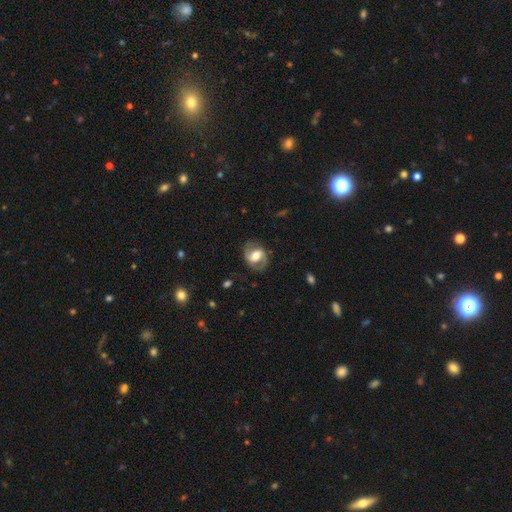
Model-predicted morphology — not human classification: Overall: featured or disk (68%). Edge-on disk: no (96%). Bar: weak (44%; no 28%). Spiral arms: yes (84%). Spiral arm count: 2 (89%). Spiral winding: medium (50%; loose 25%). Bulge size: moderate (53%; large 32%). Merging: none (77%).